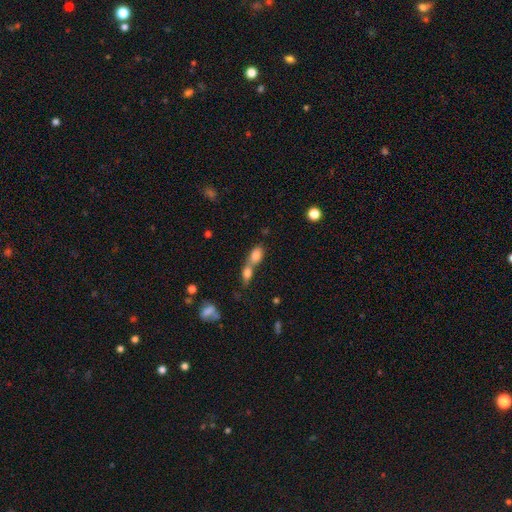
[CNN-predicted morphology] Smooth or featured?
  - smooth: 79% *
  - featured or disk: 12%
  - star or artifact: 9%
How rounded?
  - in between: 79% *
  - round: 16%
  - cigar-shaped: 5%
Merging?
  - merger: 71% *
  - none: 19%
  - minor disturbance: 6%
  - major disturbance: 3%